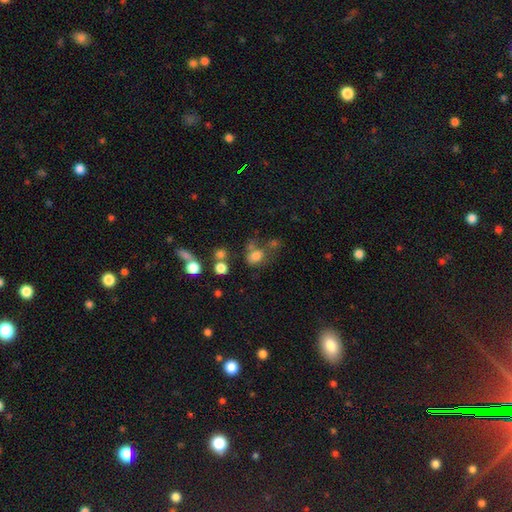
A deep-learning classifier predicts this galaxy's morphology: A smooth galaxy with no disk features (73%) that is in between round and cigar-shaped (53%).

Vote fractions:
- Smooth or featured? smooth: 73% / star or artifact: 15% / featured or disk: 12%
- How rounded? in between: 53% / round: 46% / cigar-shaped: 1%
- Merging? none: 43% / merger: 24% / minor disturbance: 18% / major disturbance: 15%